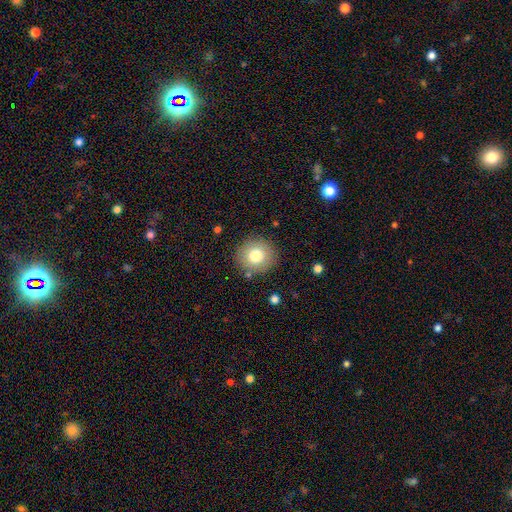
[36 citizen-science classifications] smooth_or_featured: smooth (p=0.89) [alt: featured or disk p=0.06]
how_rounded: round (p=0.94) [alt: in between p=0.06]
merging: none (p=0.85) [alt: merger p=0.09]